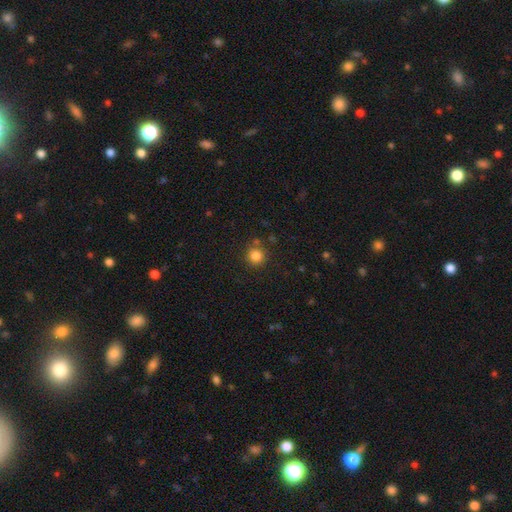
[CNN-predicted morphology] Smooth or featured: smooth — 83% (star or artifact — 12%)
How rounded: round — 93% (in between — 6%)
Merging: none — 83% (minor disturbance — 9%)